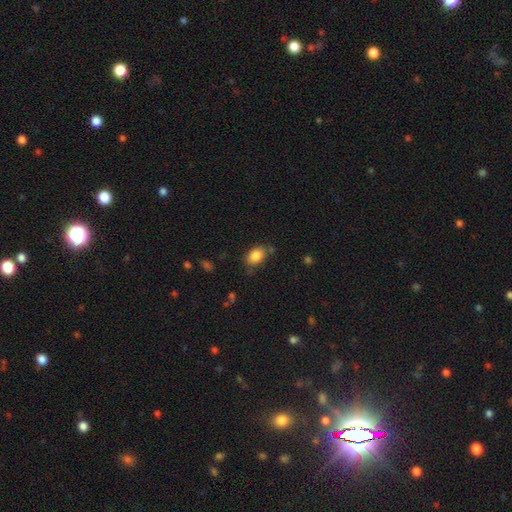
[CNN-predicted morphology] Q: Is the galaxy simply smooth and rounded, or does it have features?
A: smooth — 85%.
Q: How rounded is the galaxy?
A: in between — 83%.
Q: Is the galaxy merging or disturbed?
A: none — 71%.